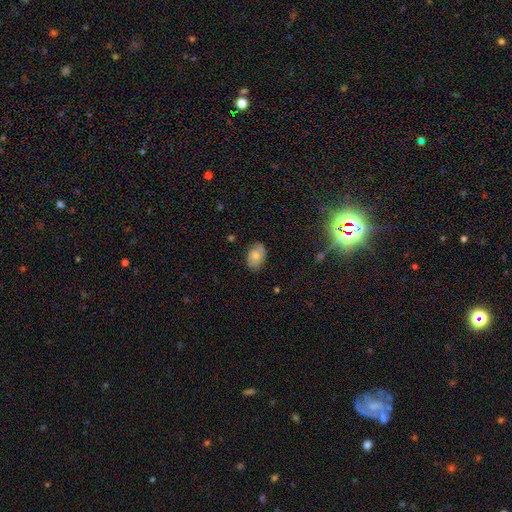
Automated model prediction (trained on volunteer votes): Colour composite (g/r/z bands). It shows a smooth galaxy with no disk features (67%) that is in between round and cigar-shaped (84%). Merging: none (69%).